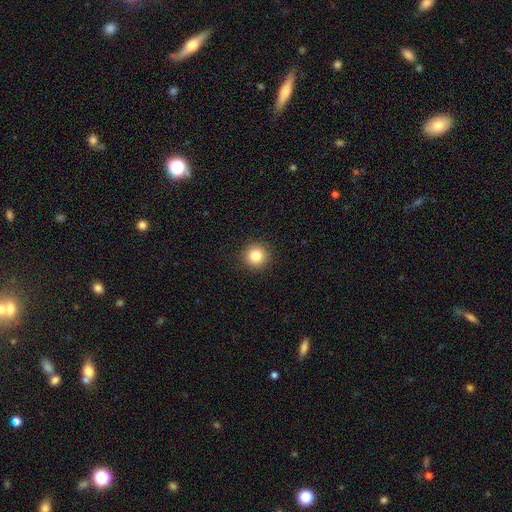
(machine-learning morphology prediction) A smooth galaxy with no disk features (83%) that is round (95%). Merging: none (92%).